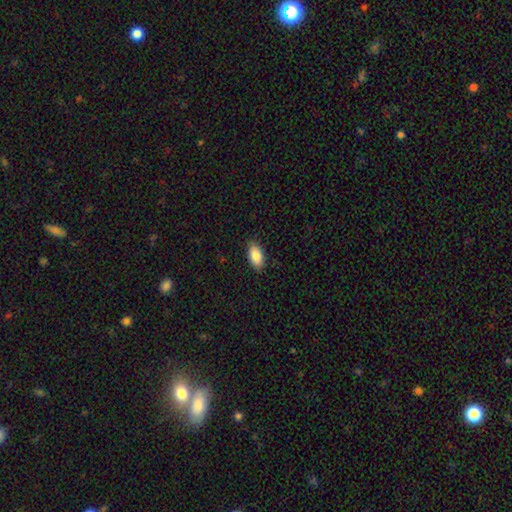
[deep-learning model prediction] smooth_or_featured: smooth (p=0.86) [alt: featured or disk p=0.07]
how_rounded: in between (p=0.92) [alt: cigar-shaped p=0.05]
merging: none (p=0.86) [alt: minor disturbance p=0.11]